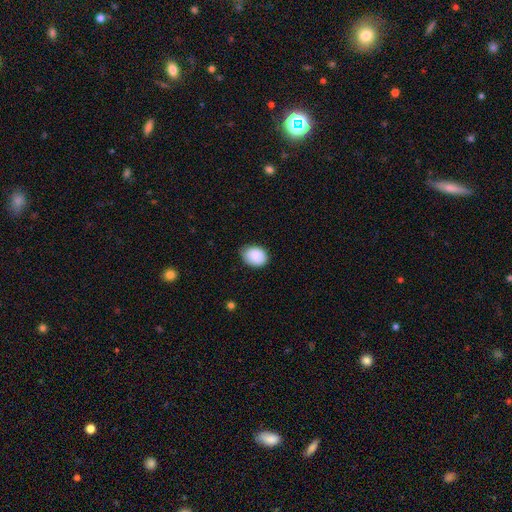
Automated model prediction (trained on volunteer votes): smooth_or_featured: smooth (p=0.88) [alt: star or artifact p=0.07]
how_rounded: in between (p=0.63) [alt: round p=0.36]
merging: none (p=0.73) [alt: minor disturbance p=0.23]